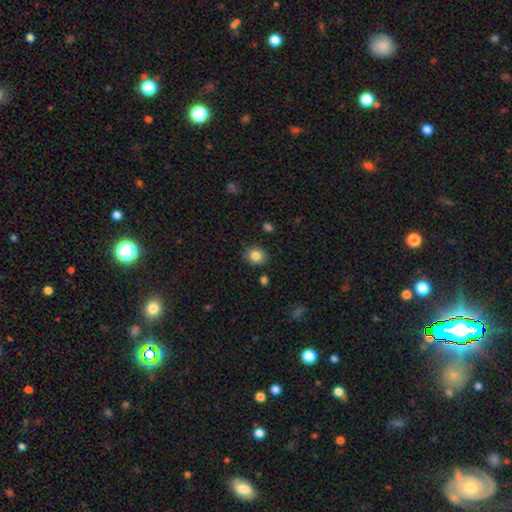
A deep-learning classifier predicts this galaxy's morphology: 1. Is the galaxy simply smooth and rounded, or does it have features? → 84% smooth, 10% star or artifact, 7% featured or disk.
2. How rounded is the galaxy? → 66% round, 33% in between, 1% cigar-shaped.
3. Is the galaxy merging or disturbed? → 86% none, 9% minor disturbance, 2% major disturbance, 2% merger.